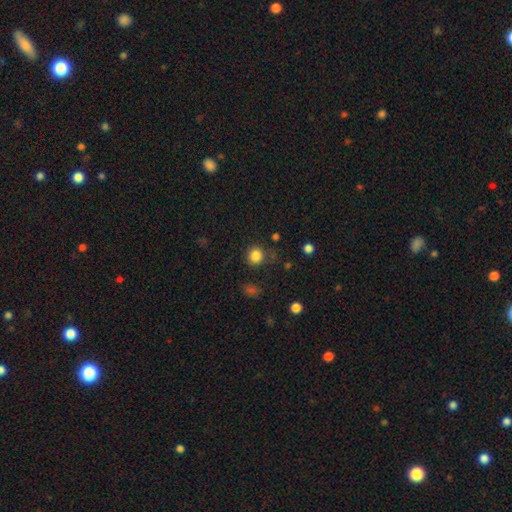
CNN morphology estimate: This appears to be a smooth galaxy with no disk features (84%) that is round (91%). Merging: none (84%).